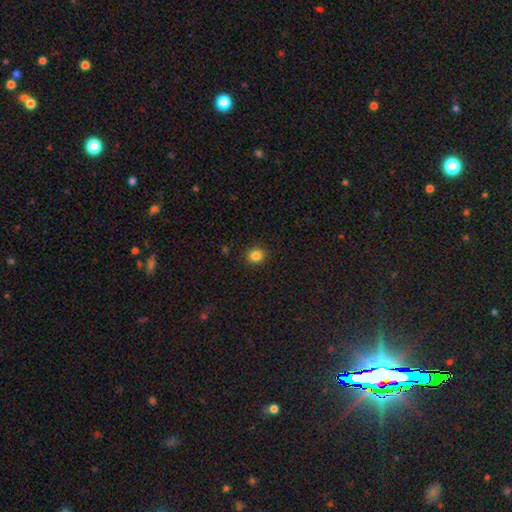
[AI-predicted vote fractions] Q: Smooth or featured?
A: smooth (84%); runner-up: star or artifact (12%)
Q: How rounded?
A: round (87%); runner-up: in between (12%)
Q: Merging?
A: none (90%); runner-up: minor disturbance (7%)